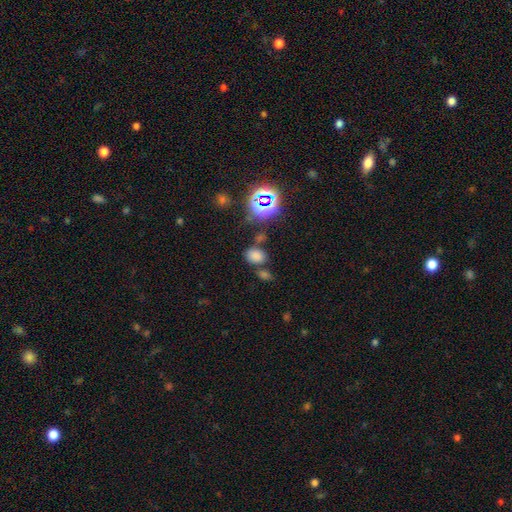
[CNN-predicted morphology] smooth-or-featured: smooth: 70% | star or artifact: 24% | featured or disk: 6%
  how-rounded: in between: 69% | round: 30% | cigar-shaped: 1%
  merging: none: 65% | merger: 17% | minor disturbance: 13% | major disturbance: 5%